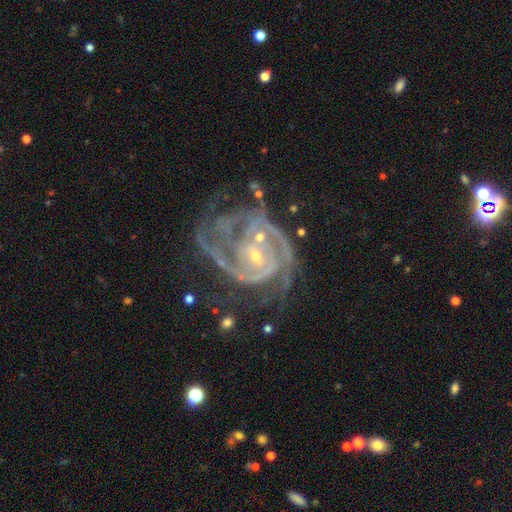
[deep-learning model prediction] Overall: featured or disk (91%). Edge-on disk: no (98%). Bar: no (54%; weak 30%). Spiral arms: yes (98%). Spiral arm count: 2 (36%; 3 28%). Spiral winding: tight (57%; medium 37%). Bulge size: small (79%). Merging: none (42%; major disturbance 24%).